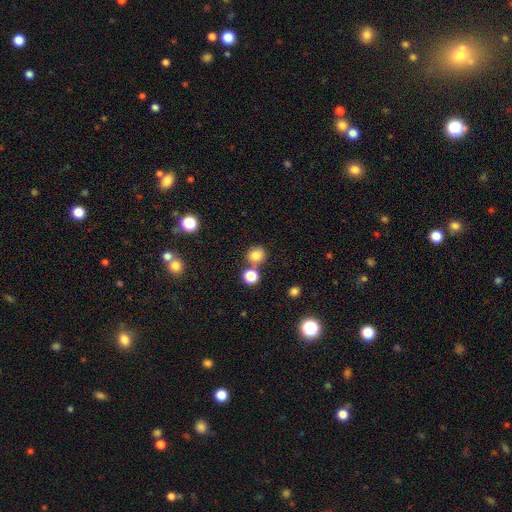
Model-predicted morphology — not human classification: Q: Smooth or featured?
A: smooth (81%); runner-up: star or artifact (13%)
Q: How rounded?
A: round (81%); runner-up: in between (18%)
Q: Merging?
A: none (64%); runner-up: merger (23%)